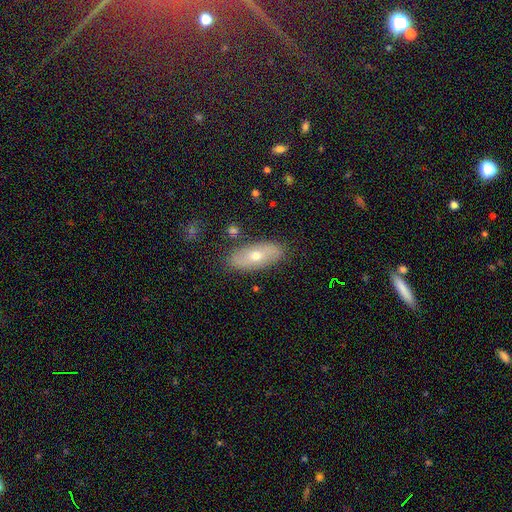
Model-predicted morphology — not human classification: smooth 53%, featured or disk 39%, star or artifact 8%. Down the decision tree: how rounded — in between (80%); merging — none (85%).